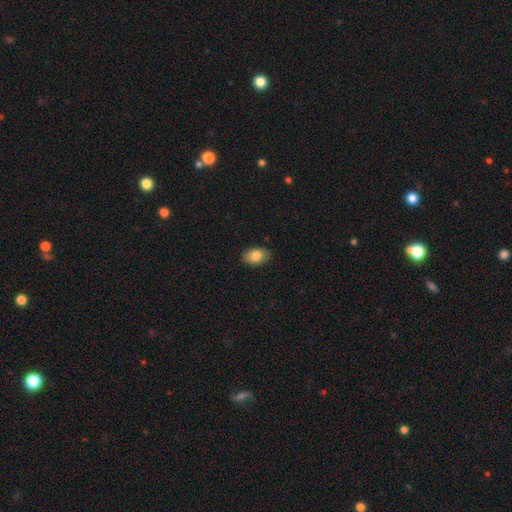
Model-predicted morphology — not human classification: type=smooth (83%); roundness=in between (89%); merging=none (87%).